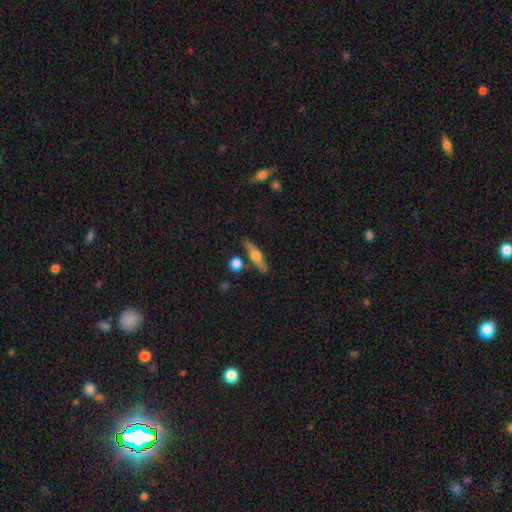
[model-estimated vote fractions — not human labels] This is possibly a featured or disk galaxy (50%). It is clearly viewed edge-on (93%). Merging: clearly none (82%).